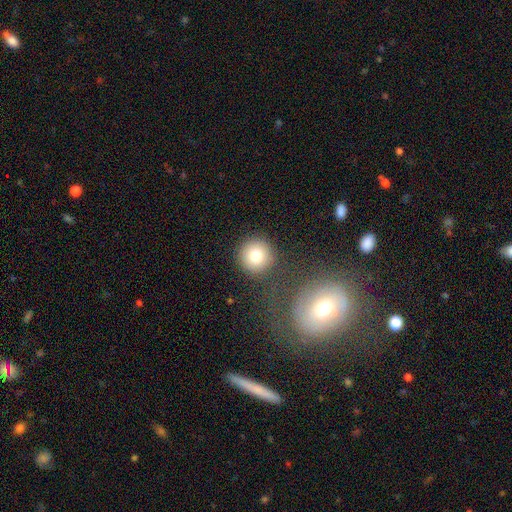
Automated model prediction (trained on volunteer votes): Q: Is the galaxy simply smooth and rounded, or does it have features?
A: smooth — 80%.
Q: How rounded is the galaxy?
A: round — 94%.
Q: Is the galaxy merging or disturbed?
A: none — 85%.